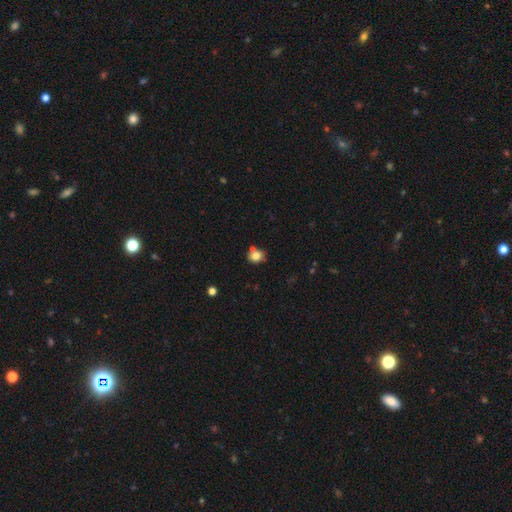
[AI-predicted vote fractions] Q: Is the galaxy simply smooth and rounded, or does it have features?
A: smooth — 79%.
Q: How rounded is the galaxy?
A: round — 64%.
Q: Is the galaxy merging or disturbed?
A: none — 66%.